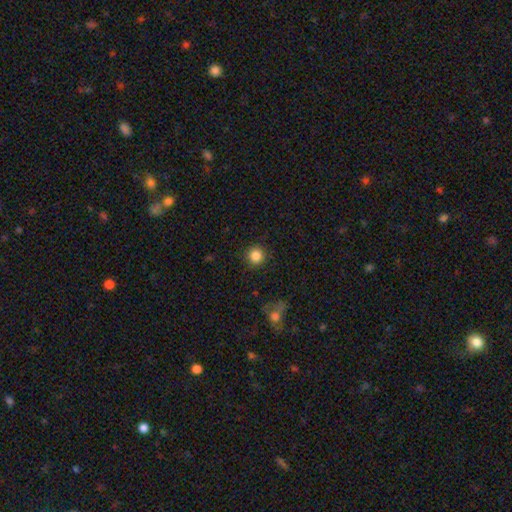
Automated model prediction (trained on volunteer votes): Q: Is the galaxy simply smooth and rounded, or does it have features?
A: smooth — 86%.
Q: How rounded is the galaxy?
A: round — 94%.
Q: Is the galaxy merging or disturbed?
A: none — 89%.